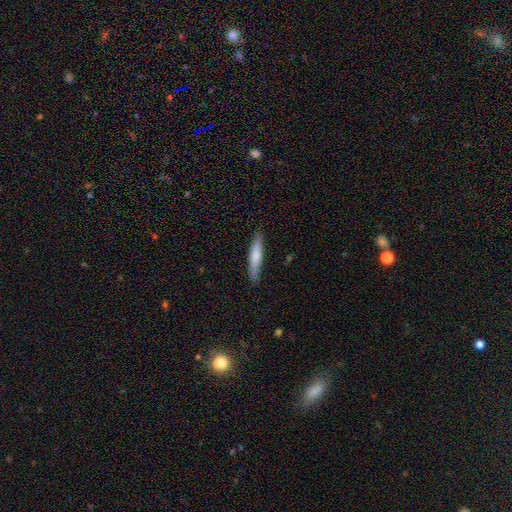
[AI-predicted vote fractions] This appears to be a smooth galaxy with no disk features (68%) that is cigar-shaped (89%). Merging: none (87%).